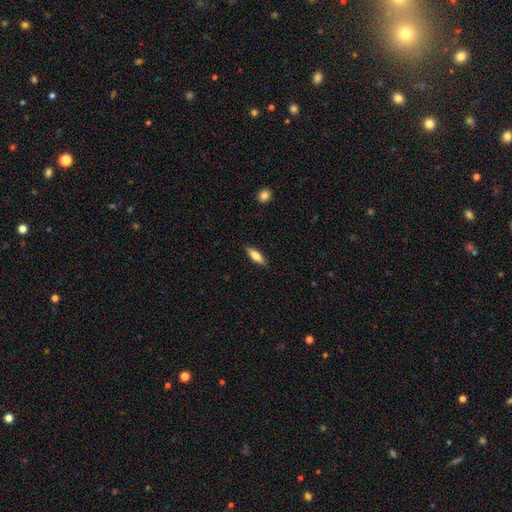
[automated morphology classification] A smooth galaxy with no disk features (74%) that is in between round and cigar-shaped (57%). Merging: none (87%).